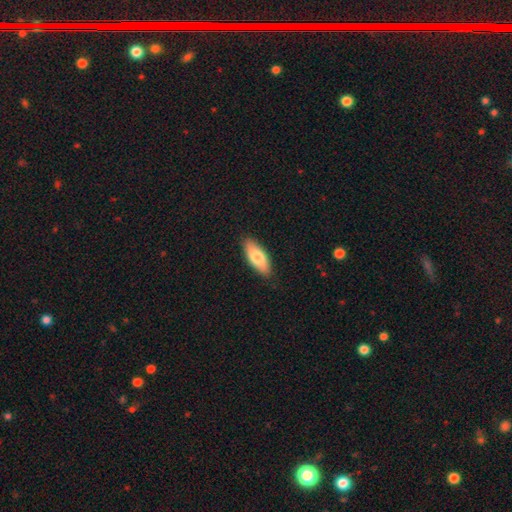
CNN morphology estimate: Smooth or featured?
  - smooth: 76% *
  - featured or disk: 18%
  - star or artifact: 6%
How rounded?
  - in between: 79% *
  - cigar-shaped: 19%
  - round: 2%
Merging?
  - none: 88% *
  - minor disturbance: 9%
  - major disturbance: 2%
  - merger: 1%